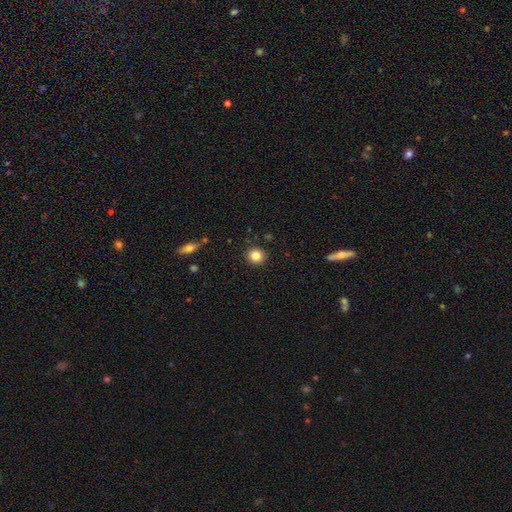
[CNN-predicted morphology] Q: Smooth or featured?
A: smooth (84%); runner-up: star or artifact (11%)
Q: How rounded?
A: round (90%); runner-up: in between (9%)
Q: Merging?
A: none (91%); runner-up: minor disturbance (6%)